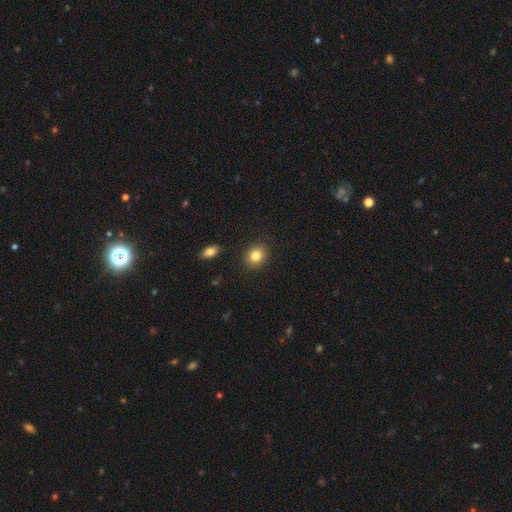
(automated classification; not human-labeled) A smooth galaxy with no disk features (83%) that is round (63%).

Vote fractions:
- Smooth or featured? smooth: 83% / star or artifact: 10% / featured or disk: 7%
- How rounded? round: 63% / in between: 36% / cigar-shaped: 1%
- Merging? none: 89% / minor disturbance: 7% / major disturbance: 2% / merger: 2%